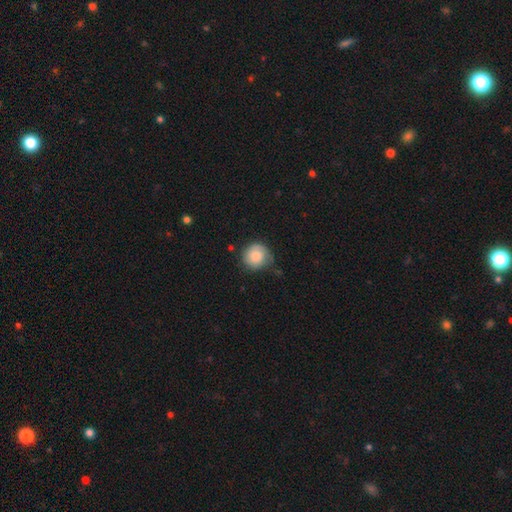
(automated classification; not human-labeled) smooth-or-featured: smooth: 79% | featured or disk: 14% | star or artifact: 7%
  how-rounded: round: 91% | in between: 8% | cigar-shaped: 1%
  merging: none: 63% | minor disturbance: 27% | major disturbance: 7% | merger: 3%